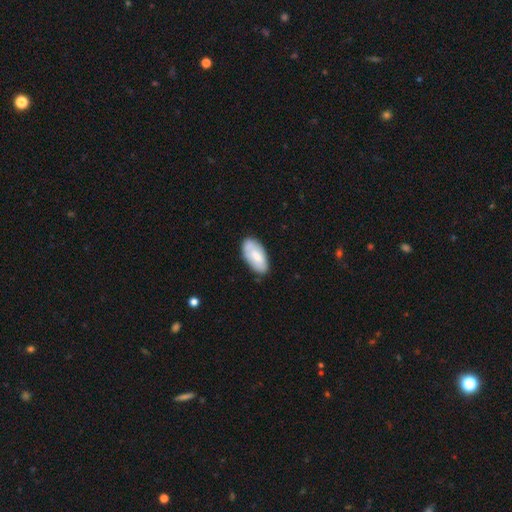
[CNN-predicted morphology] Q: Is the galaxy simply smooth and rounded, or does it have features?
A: smooth — 71%.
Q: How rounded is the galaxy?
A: in between — 94%.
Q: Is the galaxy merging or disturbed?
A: none — 73%.